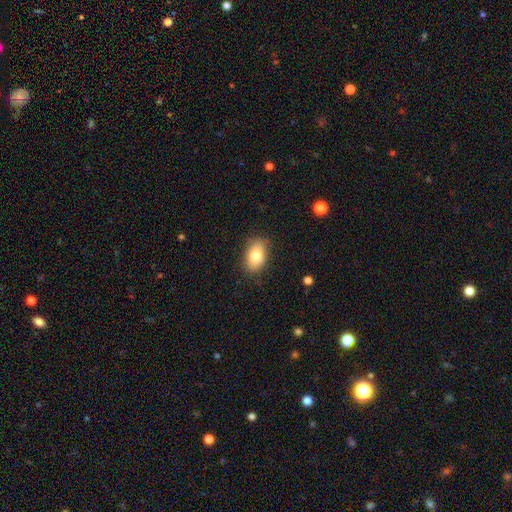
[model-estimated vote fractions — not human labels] A smooth galaxy with no disk features (79%) that is in between round and cigar-shaped (88%).

Vote fractions:
- Smooth or featured? smooth: 79% / featured or disk: 13% / star or artifact: 8%
- How rounded? in between: 88% / round: 10% / cigar-shaped: 2%
- Merging? none: 83% / minor disturbance: 13% / major disturbance: 3% / merger: 1%